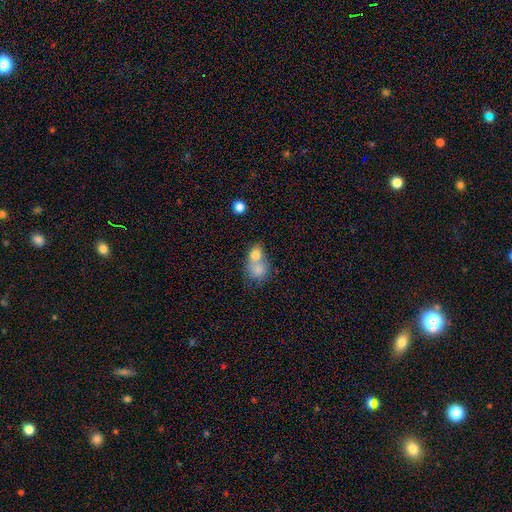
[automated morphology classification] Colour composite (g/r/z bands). It shows a smooth galaxy with no disk features (77%) that is round (57%). Merging: merger (67%).